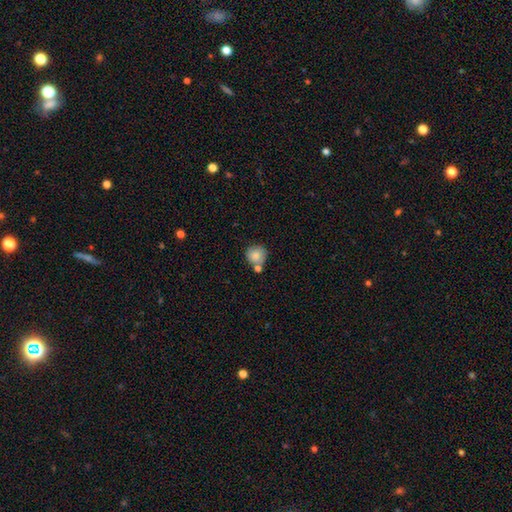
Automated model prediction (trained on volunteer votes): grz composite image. It shows a smooth galaxy with no disk features (82%) that is round (91%). Merging: none (63%).